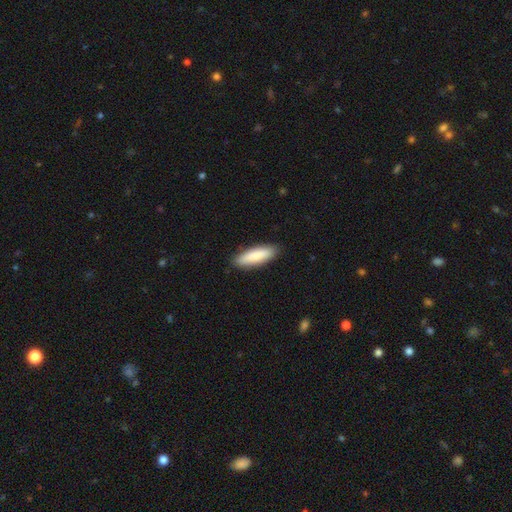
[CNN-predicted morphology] This appears to be a smooth galaxy with no disk features (85%) that is cigar-shaped (56%). Merging: none (88%).